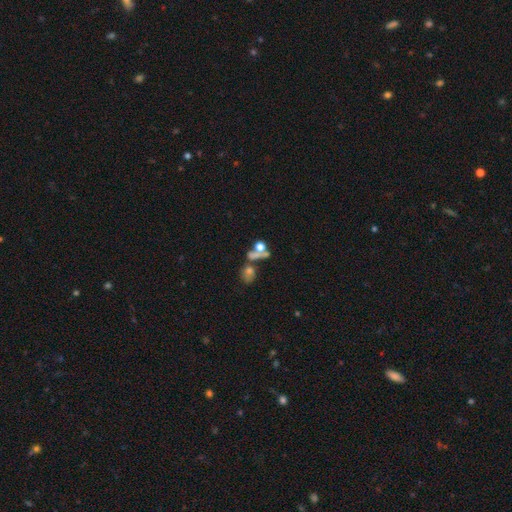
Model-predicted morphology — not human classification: smooth-or-featured: smooth: 41% | star or artifact: 33% | featured or disk: 26%
  merging: none: 48% | merger: 34% | minor disturbance: 10% | major disturbance: 8%